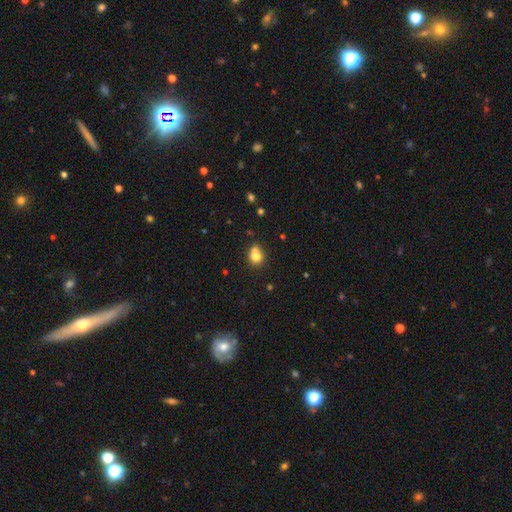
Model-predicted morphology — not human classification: This appears to be a smooth galaxy with no disk features (77%) that is round (61%). Merging: none (42%).